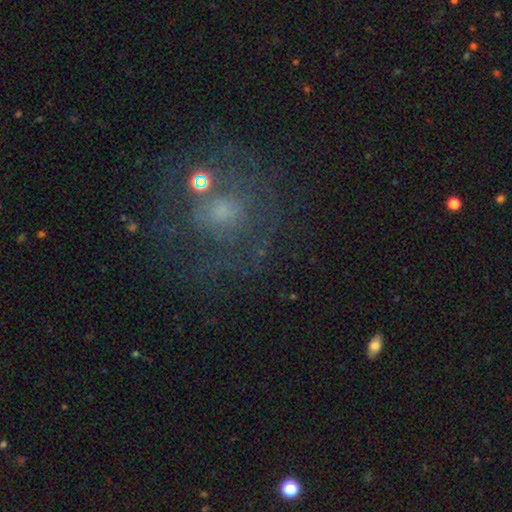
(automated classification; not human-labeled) This appears to be a featured or disk galaxy (51%). Merging: none (65%).